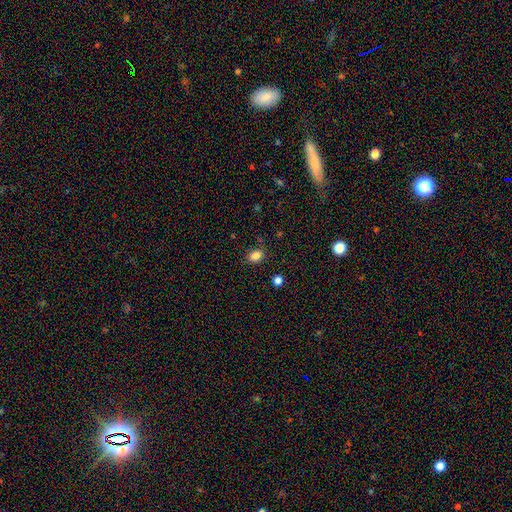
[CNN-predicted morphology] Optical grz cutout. It shows a smooth galaxy with no disk features (83%) that is in between round and cigar-shaped (68%). Merging: none (82%).